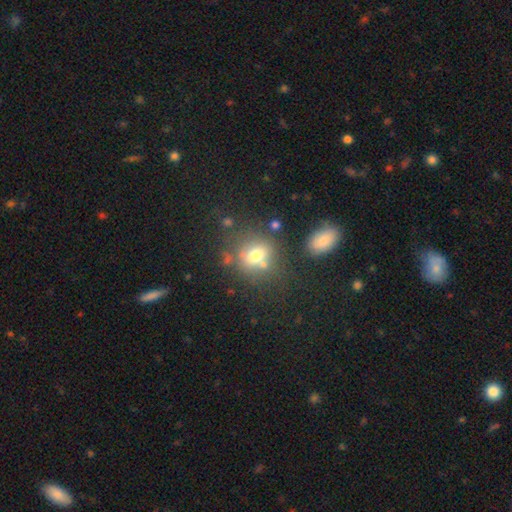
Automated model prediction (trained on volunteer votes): Smooth or featured: smooth — 69% (featured or disk — 17%)
How rounded: round — 59% (in between — 39%)
Merging: none — 60% (merger — 18%)